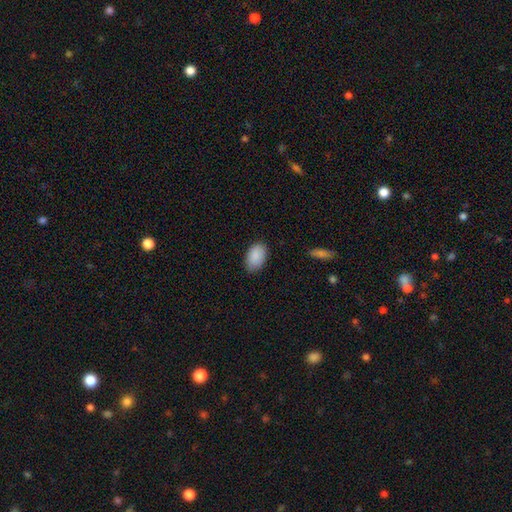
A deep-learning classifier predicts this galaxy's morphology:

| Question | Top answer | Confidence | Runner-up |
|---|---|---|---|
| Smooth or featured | smooth | 90% | star or artifact (7%) |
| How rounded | in between | 91% | round (8%) |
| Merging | none | 83% | minor disturbance (13%) |